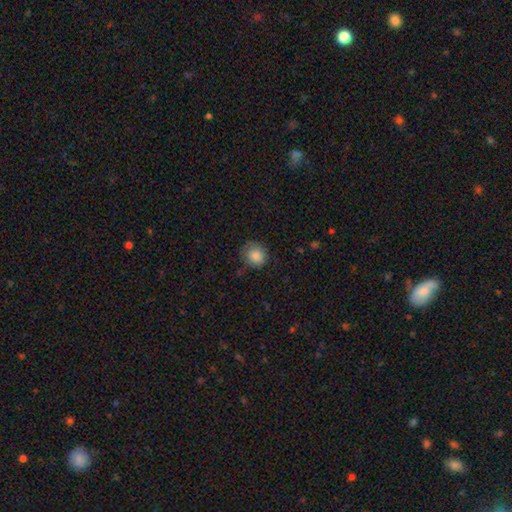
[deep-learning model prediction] A smooth galaxy with no disk features (84%) that is round (82%). Merging: none (70%).